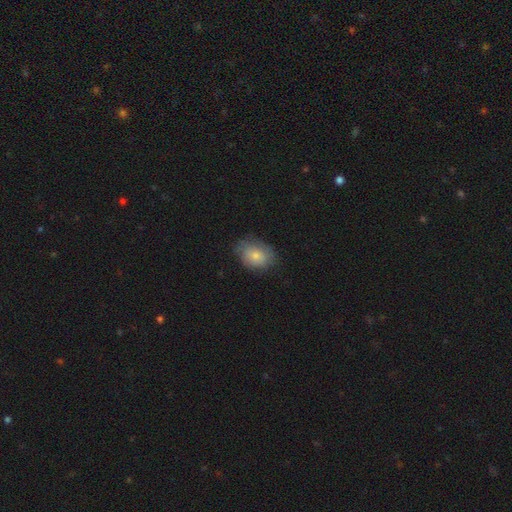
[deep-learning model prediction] Smooth or featured: smooth — 72% (featured or disk — 21%)
How rounded: in between — 70% (round — 29%)
Merging: none — 68% (minor disturbance — 24%)